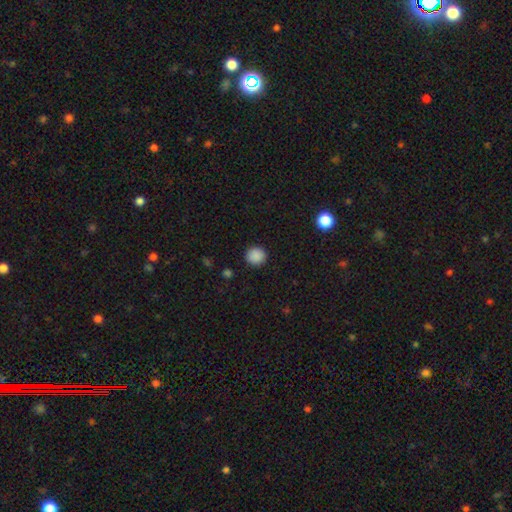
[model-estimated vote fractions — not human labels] Smooth or featured? Predicted: smooth (p=0.88). How rounded? Predicted: round (p=0.92). Merging? Predicted: none (p=0.91).